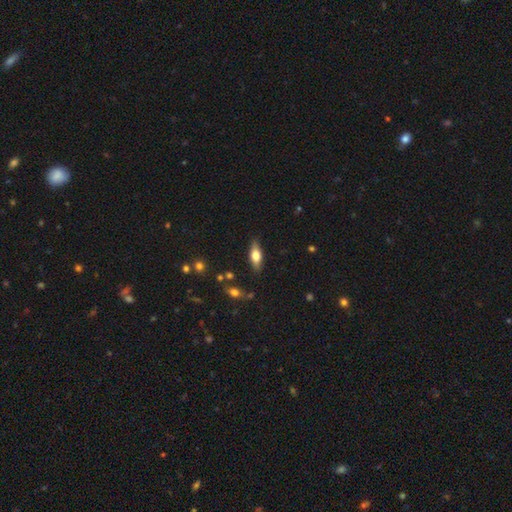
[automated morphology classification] smooth_or_featured: smooth (p=0.56) [alt: featured or disk p=0.37]
how_rounded: in between (p=0.66) [alt: cigar-shaped p=0.31]
merging: none (p=0.83) [alt: minor disturbance p=0.12]